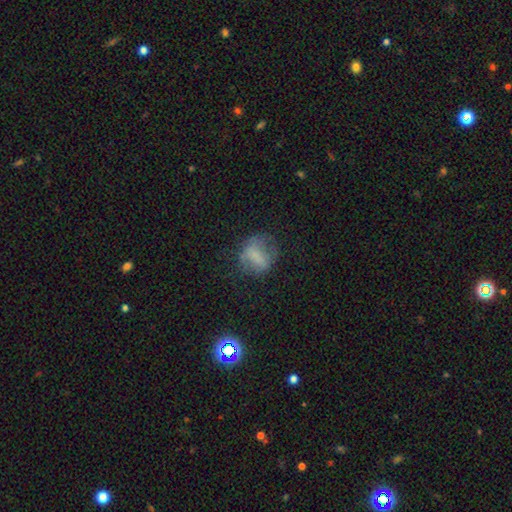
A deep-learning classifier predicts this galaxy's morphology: type=smooth (57%); roundness=round (54%); merging=none (52%).